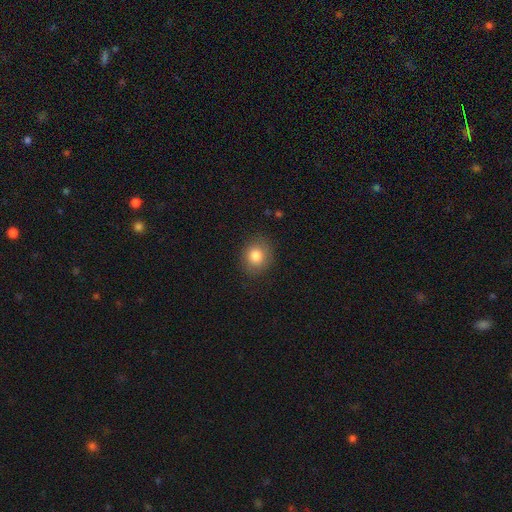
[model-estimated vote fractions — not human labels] Overall: smooth (82%). How rounded: round (73%). Merging: none (85%).